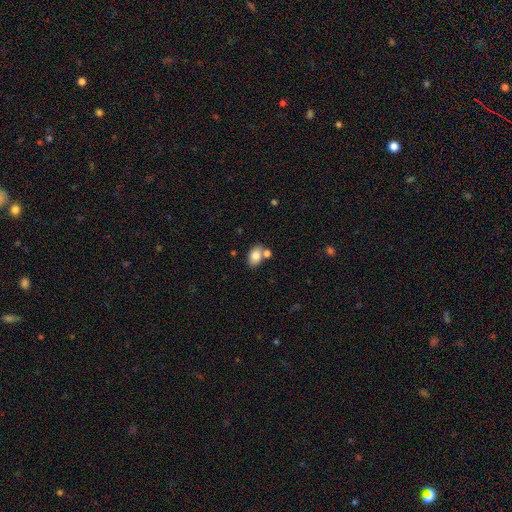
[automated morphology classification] A smooth galaxy with no disk features (81%) that is in between round and cigar-shaped (82%).

Vote fractions:
- Smooth or featured? smooth: 81% / featured or disk: 10% / star or artifact: 8%
- How rounded? in between: 82% / round: 17% / cigar-shaped: 1%
- Merging? none: 62% / merger: 22% / minor disturbance: 13% / major disturbance: 3%